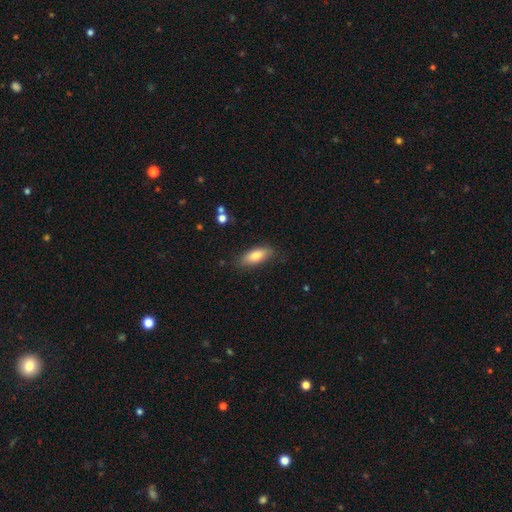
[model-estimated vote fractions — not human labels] Smooth or featured? smooth (79%)
How rounded? in between (77%)
Merging? none (78%)